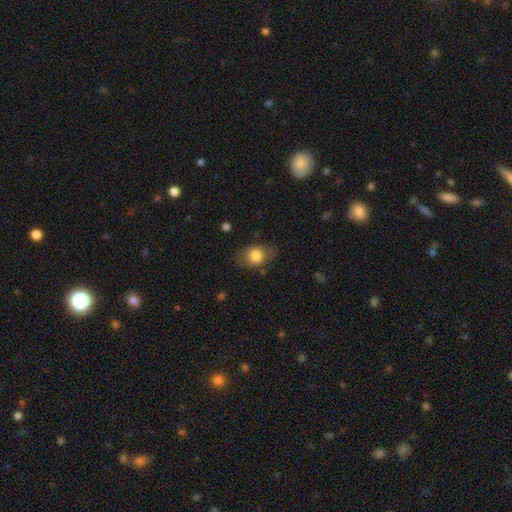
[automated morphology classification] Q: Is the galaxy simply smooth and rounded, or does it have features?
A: smooth — 80%.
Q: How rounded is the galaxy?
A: in between — 67%.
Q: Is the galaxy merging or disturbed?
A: none — 74%.